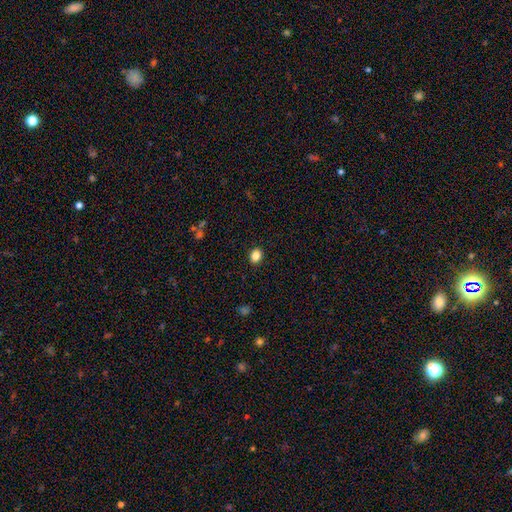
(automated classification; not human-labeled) This is clearly a smooth galaxy (85%). How rounded: possibly round (50%). Merging: clearly none (90%).